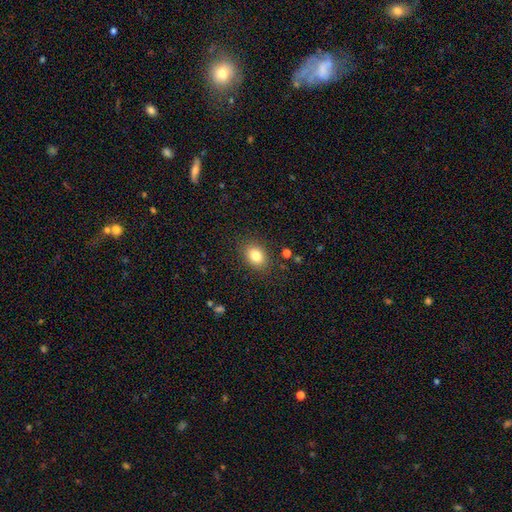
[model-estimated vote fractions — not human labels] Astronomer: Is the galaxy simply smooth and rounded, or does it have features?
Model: smooth — 83%.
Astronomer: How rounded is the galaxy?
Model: in between — 66%.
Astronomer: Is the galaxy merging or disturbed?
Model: none — 86%.